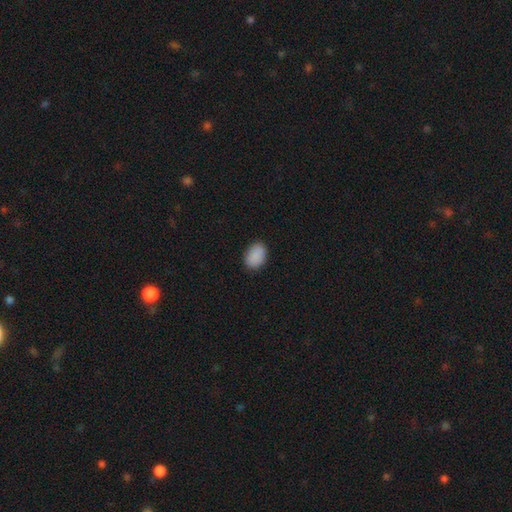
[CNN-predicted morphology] Q: Smooth or featured?
A: smooth (89%); runner-up: star or artifact (8%)
Q: How rounded?
A: in between (81%); runner-up: round (18%)
Q: Merging?
A: none (86%); runner-up: minor disturbance (11%)